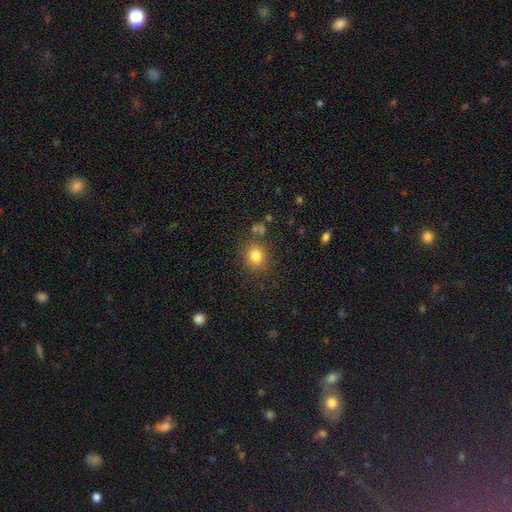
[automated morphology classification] Overall: smooth (81%). How rounded: round (67%; in between 32%). Merging: none (79%).